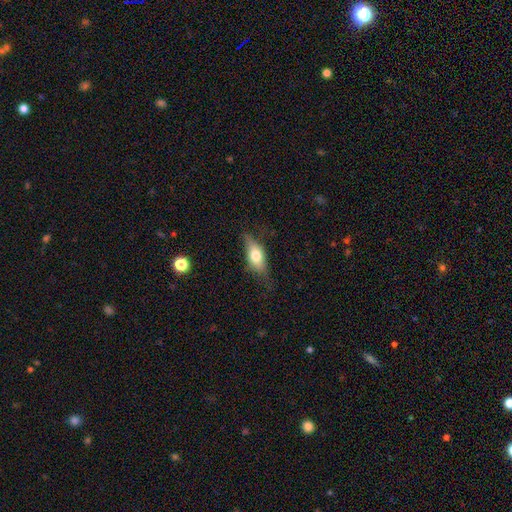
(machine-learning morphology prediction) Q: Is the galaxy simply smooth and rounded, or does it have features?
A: smooth — 64%.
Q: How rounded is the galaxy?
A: in between — 78%.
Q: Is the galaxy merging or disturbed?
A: none — 61%.